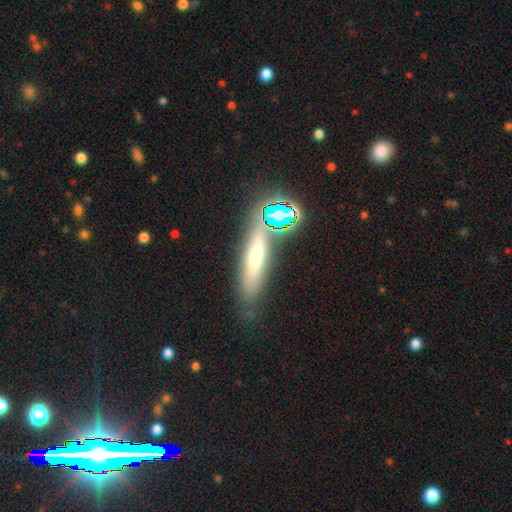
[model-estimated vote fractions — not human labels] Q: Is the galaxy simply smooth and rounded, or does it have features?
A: smooth — 44%.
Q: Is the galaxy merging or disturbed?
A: none — 72%.